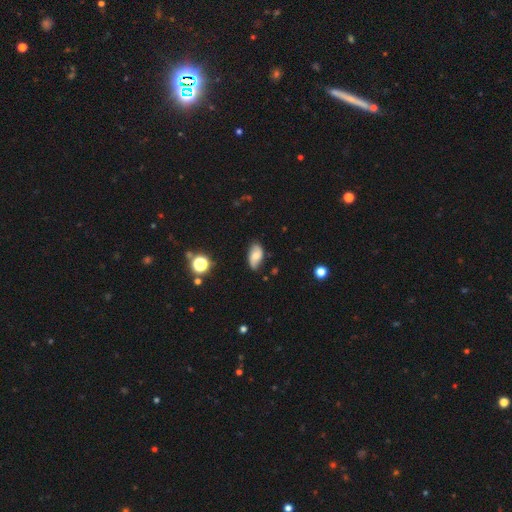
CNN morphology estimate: Smooth or featured? Predicted: smooth (p=0.49). Merging? Predicted: none (p=0.78).